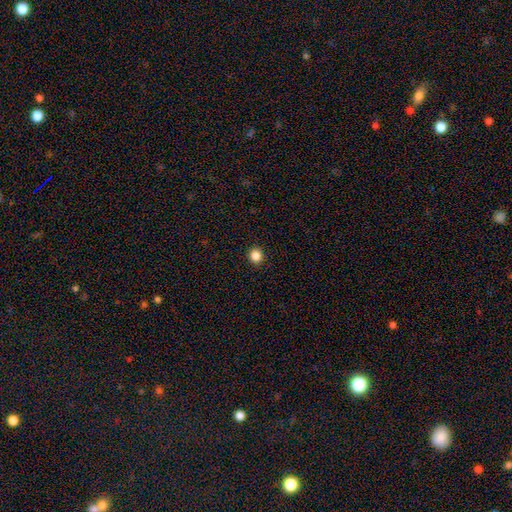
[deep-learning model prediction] The model was most divided on "smooth or featured": smooth: 85%, star or artifact: 12%, featured or disk: 3%. More confident: merging — none (93%); how rounded — round (89%).